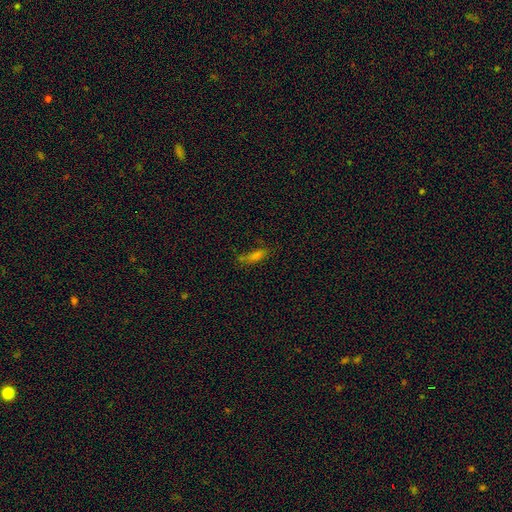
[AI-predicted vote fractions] smooth 58%, star or artifact 23%, featured or disk 19%. Down the decision tree: how rounded — cigar-shaped (51%); merging — none (61%).